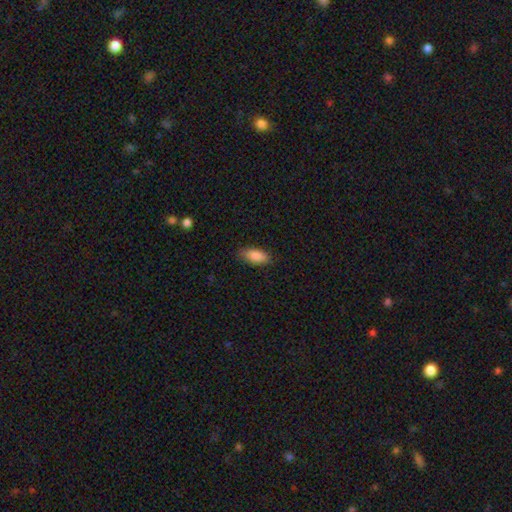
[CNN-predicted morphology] Smooth or featured? Predicted: smooth (p=0.87). How rounded? Predicted: in between (p=0.87). Merging? Predicted: none (p=0.84).